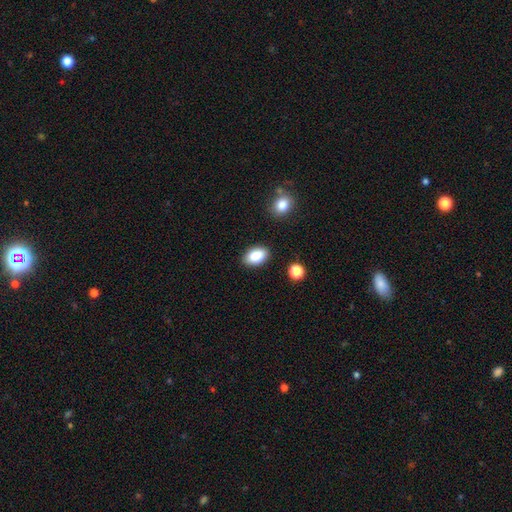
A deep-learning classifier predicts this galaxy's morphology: Smooth or featured? smooth (87%)
How rounded? in between (89%)
Merging? none (85%)